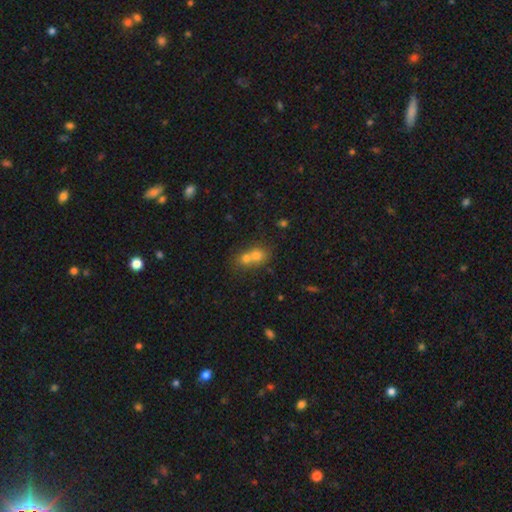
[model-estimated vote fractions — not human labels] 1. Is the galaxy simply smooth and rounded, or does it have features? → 69% smooth, 18% featured or disk, 13% star or artifact.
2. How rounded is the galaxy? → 65% round, 33% in between, 1% cigar-shaped.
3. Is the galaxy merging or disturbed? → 69% merger, 23% none, 5% minor disturbance, 3% major disturbance.